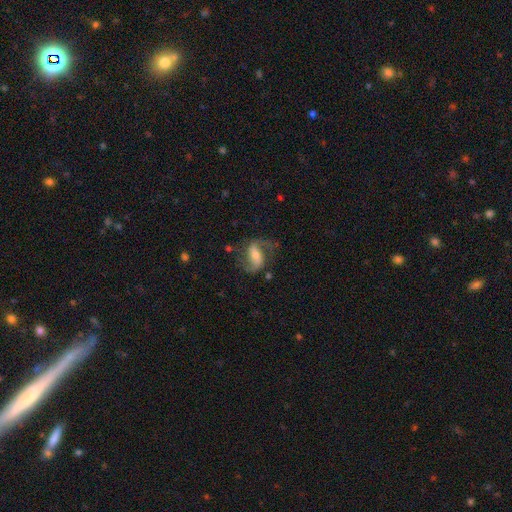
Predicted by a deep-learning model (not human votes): featured or disk 81%, smooth 13%, star or artifact 6%. Down the decision tree: edge-on disk — no (96%); bar — strong (43%); spiral arms — yes (94%); spiral arm count — 2 (90%); spiral winding — loose (49%); bulge size — moderate (48%); merging — none (68%).